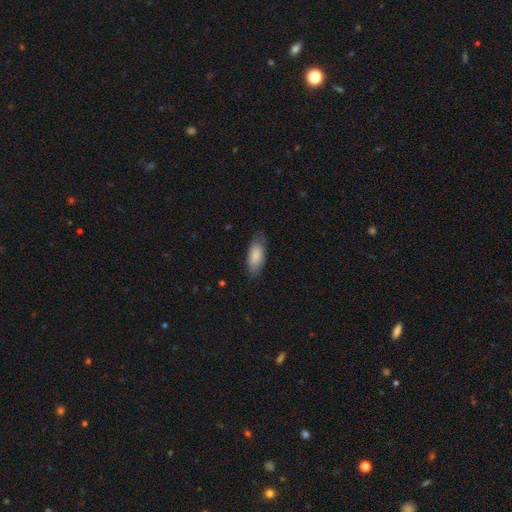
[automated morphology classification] This appears to be a smooth galaxy with no disk features (86%) that is in between round and cigar-shaped (86%). Merging: none (74%).